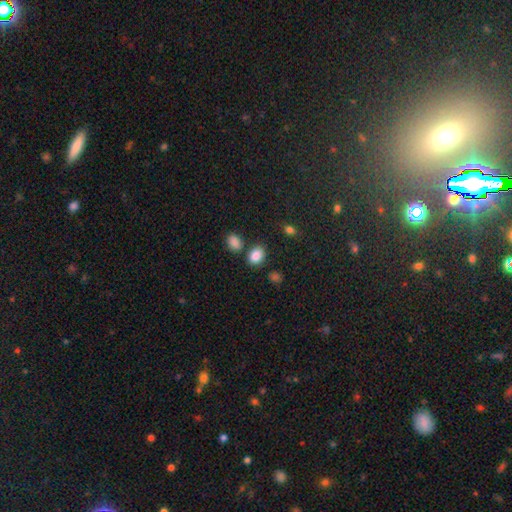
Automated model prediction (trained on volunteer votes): A smooth galaxy with no disk features (85%) that is in between round and cigar-shaped (62%). Merging: none (74%).